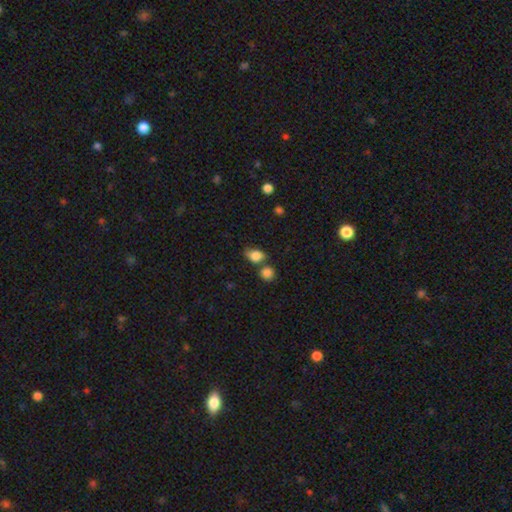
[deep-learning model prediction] The model was most divided on "merging": none: 45%, merger: 27%, minor disturbance: 20%, major disturbance: 8%. More confident: smooth or featured — smooth (81%); how rounded — in between (65%).